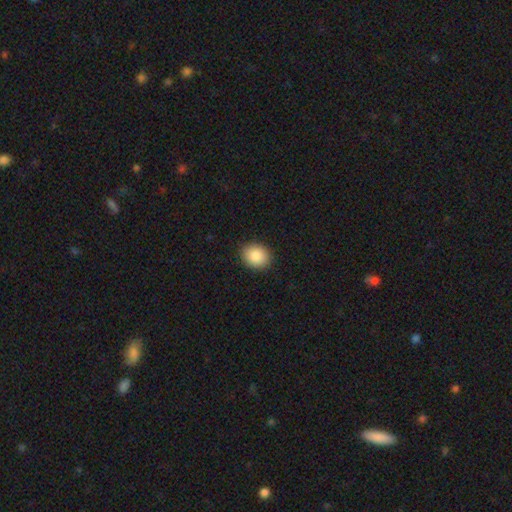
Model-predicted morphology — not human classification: This is clearly a smooth galaxy (88%). How rounded: possibly round (54%). Merging: clearly none (90%).